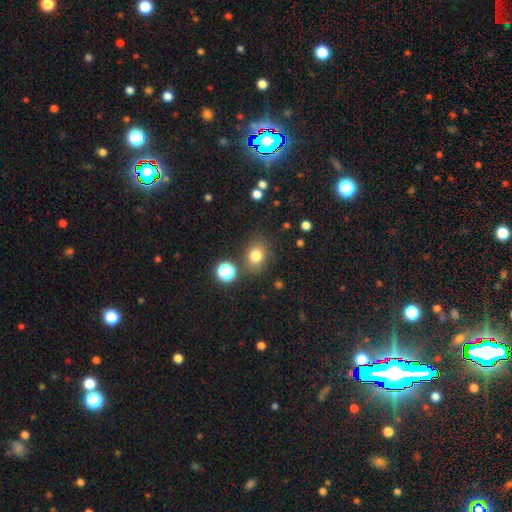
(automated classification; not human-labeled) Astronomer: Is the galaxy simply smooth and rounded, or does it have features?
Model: smooth — 78%.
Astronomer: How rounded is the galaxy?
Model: round — 58% (runner-up: in between, 41%).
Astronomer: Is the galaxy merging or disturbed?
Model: none — 77%.